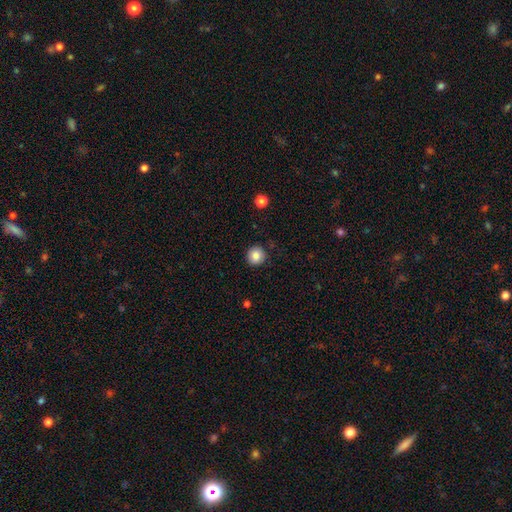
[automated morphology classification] smooth-or-featured: smooth: 85% | star or artifact: 10% | featured or disk: 5%
  how-rounded: round: 94% | in between: 6% | cigar-shaped: 1%
  merging: none: 90% | minor disturbance: 7% | major disturbance: 2% | merger: 1%